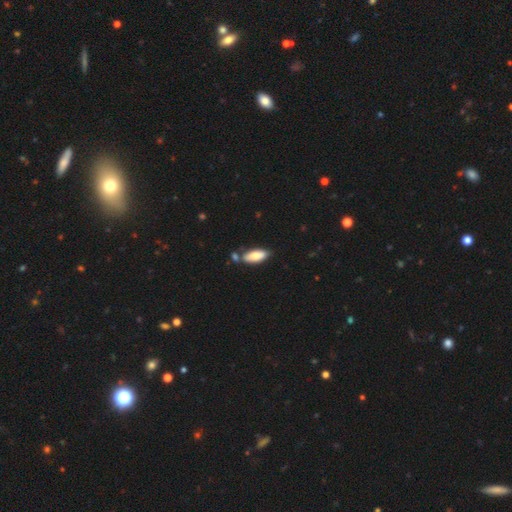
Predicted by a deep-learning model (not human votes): smooth_or_featured: smooth (p=0.77) [alt: featured or disk p=0.17]
how_rounded: in between (p=0.80) [alt: cigar-shaped p=0.18]
merging: none (p=0.65) [alt: merger p=0.16]